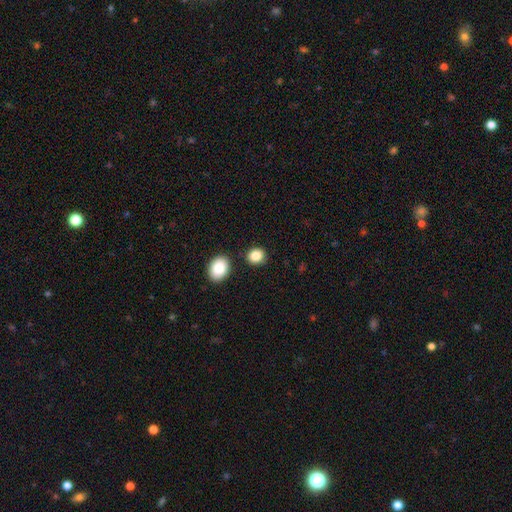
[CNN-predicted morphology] smooth-or-featured: smooth: 86% | star or artifact: 9% | featured or disk: 5%
  how-rounded: round: 68% | in between: 31% | cigar-shaped: 1%
  merging: none: 81% | minor disturbance: 9% | merger: 7% | major disturbance: 3%